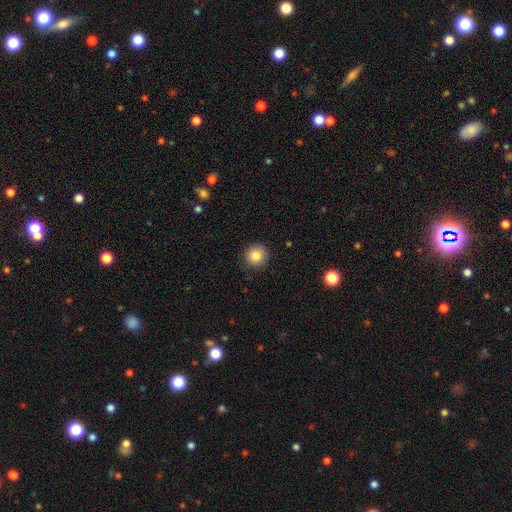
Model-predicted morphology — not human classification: Smooth or featured? smooth (86%)
How rounded? round (93%)
Merging? none (88%)